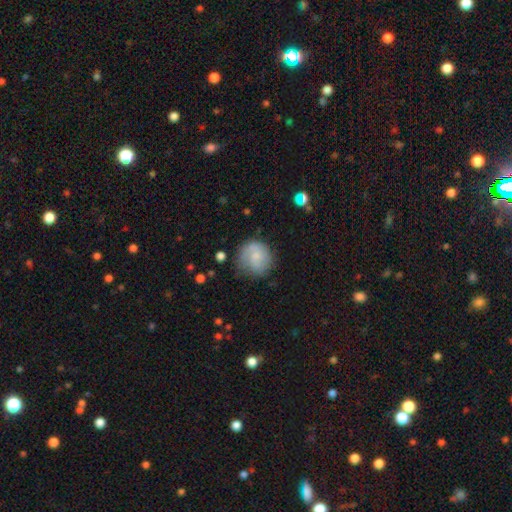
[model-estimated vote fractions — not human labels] smooth-or-featured: smooth: 47% | featured or disk: 45% | star or artifact: 7%
  merging: none: 68% | minor disturbance: 21% | major disturbance: 9% | merger: 2%